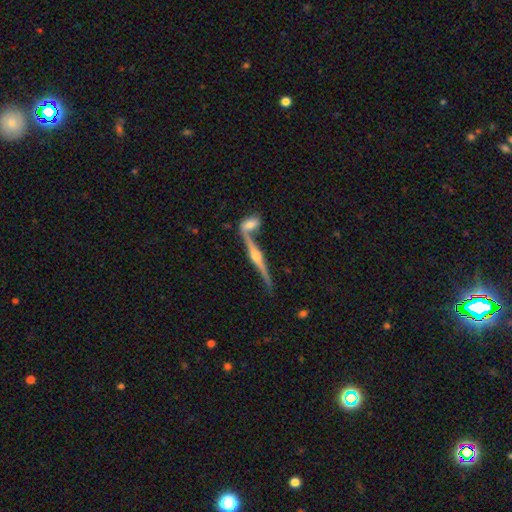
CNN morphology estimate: smooth_or_featured: featured or disk (p=0.86) [alt: smooth p=0.09]
disk_edge_on: yes (p=0.96) [alt: no p=0.04]
edge_on_bulge: rounded (p=0.93) [alt: boxy p=0.04]
merging: none (p=0.62) [alt: merger p=0.24]